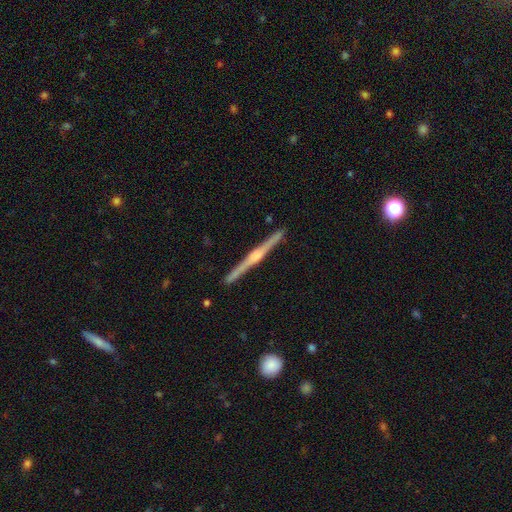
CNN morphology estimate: smooth-or-featured: featured or disk: 85% | smooth: 10% | star or artifact: 5%
  disk-edge-on: yes: 99% | no: 1%
    edge-on-bulge: rounded: 83% | boxy: 9% | none: 8%
  merging: none: 92% | minor disturbance: 5% | major disturbance: 1% | merger: 1%